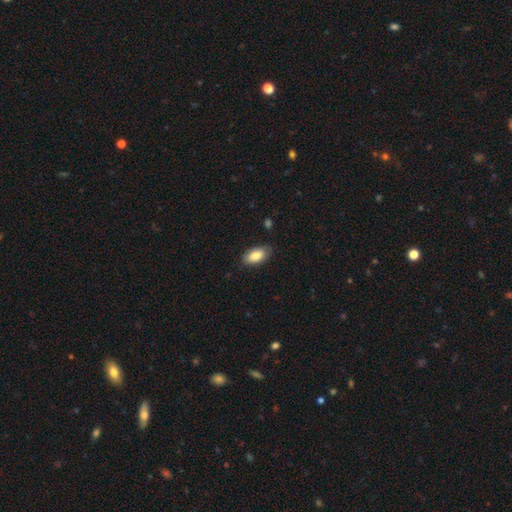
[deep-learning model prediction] Overall: smooth (84%). How rounded: in between (92%). Merging: none (81%).